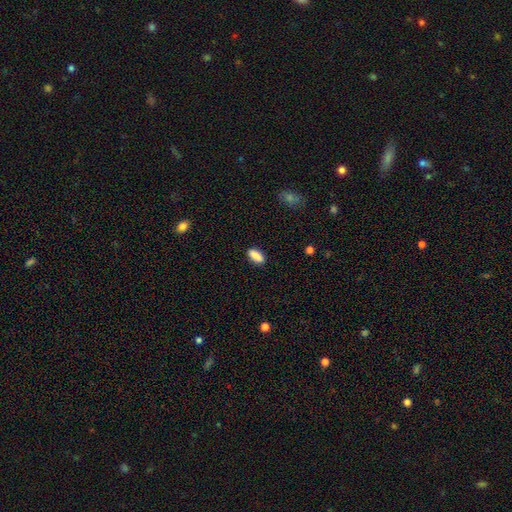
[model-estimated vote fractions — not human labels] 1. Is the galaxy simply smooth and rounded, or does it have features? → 88% smooth, 7% star or artifact, 5% featured or disk.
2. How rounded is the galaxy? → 77% in between, 20% cigar-shaped, 3% round.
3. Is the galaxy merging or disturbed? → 87% none, 10% minor disturbance, 2% major disturbance, 1% merger.